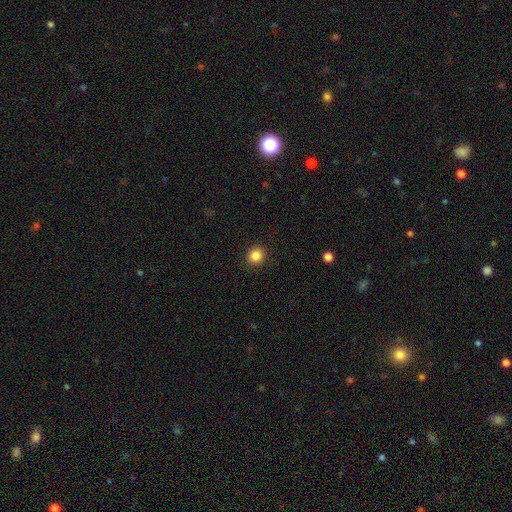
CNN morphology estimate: The model was most divided on "smooth or featured": smooth: 85%, star or artifact: 11%, featured or disk: 4%. More confident: how rounded — round (92%); merging — none (92%).